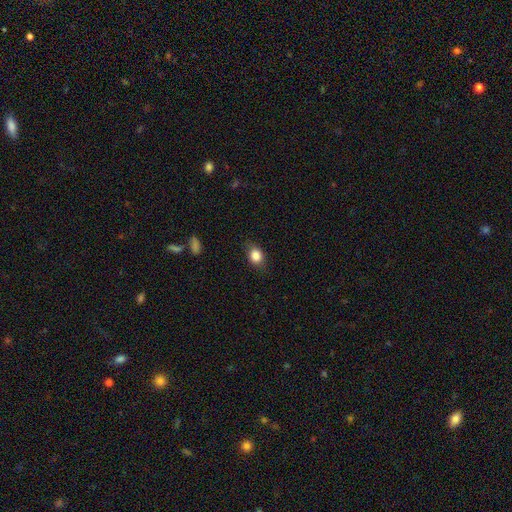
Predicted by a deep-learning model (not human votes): A smooth galaxy with no disk features (85%) that is in between round and cigar-shaped (54%).

Vote fractions:
- Smooth or featured? smooth: 85% / star or artifact: 9% / featured or disk: 6%
- How rounded? in between: 54% / round: 45% / cigar-shaped: 1%
- Merging? none: 80% / minor disturbance: 15% / major disturbance: 4% / merger: 1%